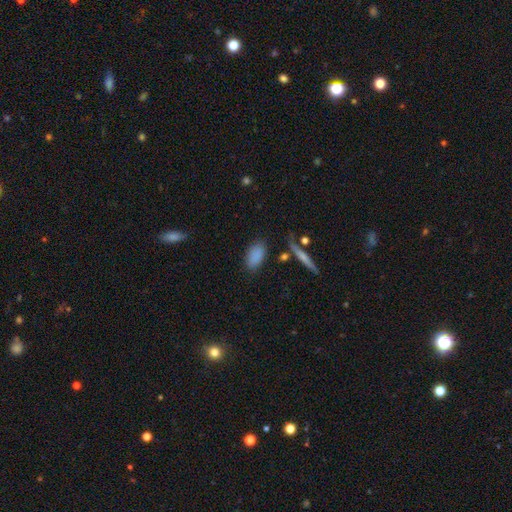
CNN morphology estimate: Smooth or featured: smooth — 87% (star or artifact — 8%)
How rounded: in between — 90% (cigar-shaped — 6%)
Merging: none — 80% (minor disturbance — 13%)